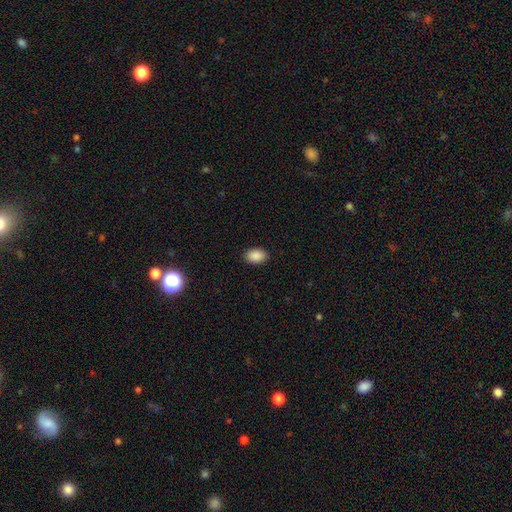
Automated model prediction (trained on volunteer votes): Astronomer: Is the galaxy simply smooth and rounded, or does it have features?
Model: smooth — 89%.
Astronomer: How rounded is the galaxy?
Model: in between — 85%.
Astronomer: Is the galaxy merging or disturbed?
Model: none — 89%.